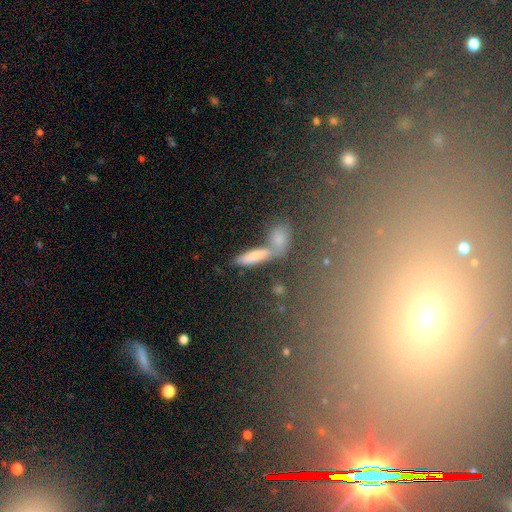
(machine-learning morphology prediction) Smooth or featured? Predicted: smooth (p=0.72). How rounded? Predicted: cigar-shaped (p=0.62). Merging? Predicted: none (p=0.46).